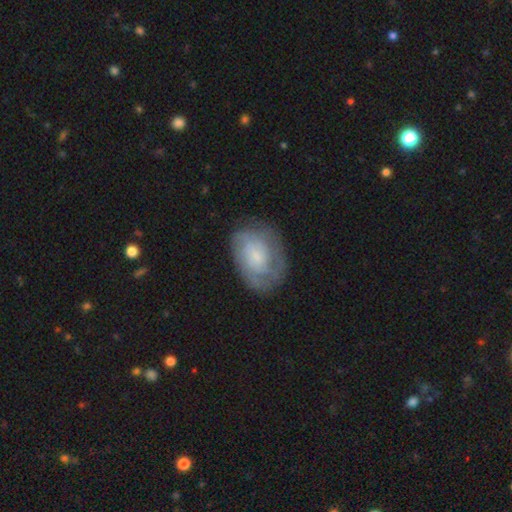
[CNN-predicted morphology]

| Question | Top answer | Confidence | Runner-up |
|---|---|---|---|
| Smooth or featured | featured or disk | 62% | smooth (31%) |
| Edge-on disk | no | 97% | yes (3%) |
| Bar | no | 65% | weak (30%) |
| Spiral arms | yes | 83% | no (17%) |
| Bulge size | small | 60% | moderate (23%) |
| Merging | none | 70% | minor disturbance (20%) |